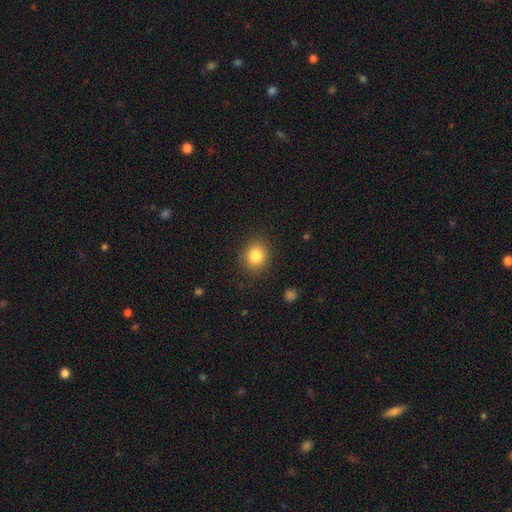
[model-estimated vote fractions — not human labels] Smooth or featured?
  - smooth: 83% *
  - star or artifact: 10%
  - featured or disk: 7%
How rounded?
  - round: 75% *
  - in between: 24%
  - cigar-shaped: 1%
Merging?
  - none: 87% *
  - minor disturbance: 8%
  - major disturbance: 3%
  - merger: 1%